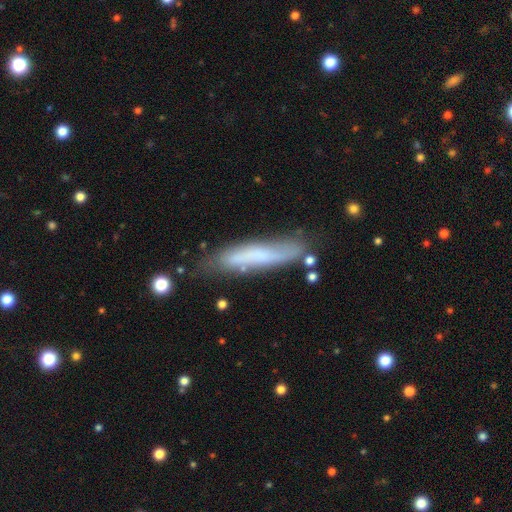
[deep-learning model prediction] smooth_or_featured: smooth (p=0.50) [alt: featured or disk p=0.42]
how_rounded: cigar-shaped (p=0.83) [alt: in between p=0.15]
merging: none (p=0.68) [alt: minor disturbance p=0.21]